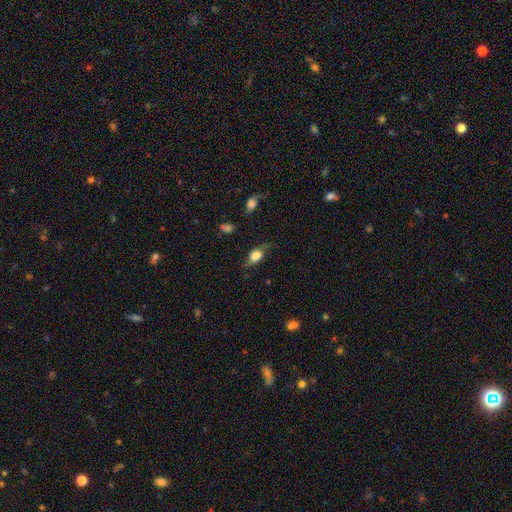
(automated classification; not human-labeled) Smooth or featured? Predicted: smooth (p=0.59). How rounded? Predicted: in between (p=0.68). Merging? Predicted: none (p=0.56).